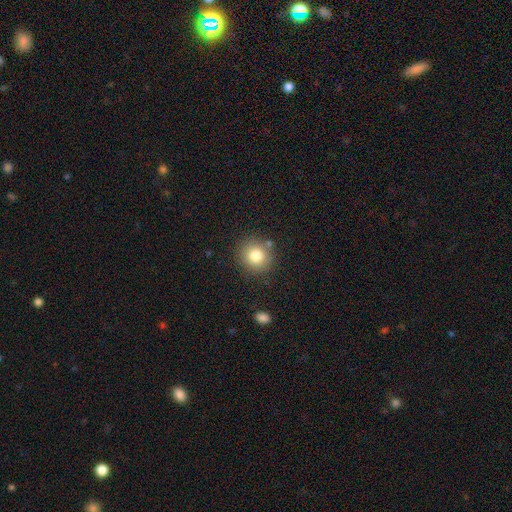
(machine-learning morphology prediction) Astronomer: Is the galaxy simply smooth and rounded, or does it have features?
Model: smooth — 80%.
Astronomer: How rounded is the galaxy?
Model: round — 88%.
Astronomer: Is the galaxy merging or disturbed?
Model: none — 83%.